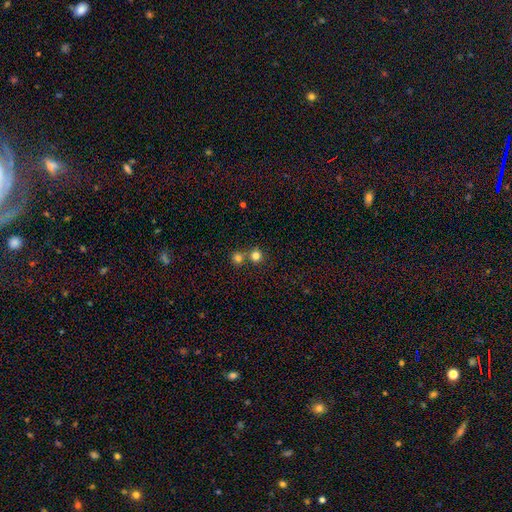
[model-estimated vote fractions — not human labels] This is likely a smooth galaxy (79%). How rounded: clearly round (92%). Merging: likely none (62%).